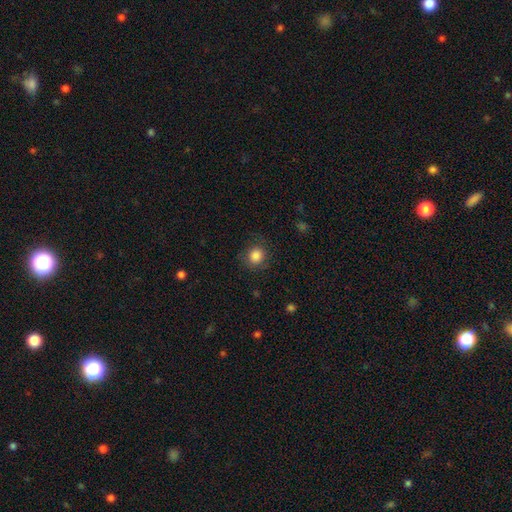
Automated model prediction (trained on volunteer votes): Overall: smooth (85%). How rounded: round (87%). Merging: none (82%).